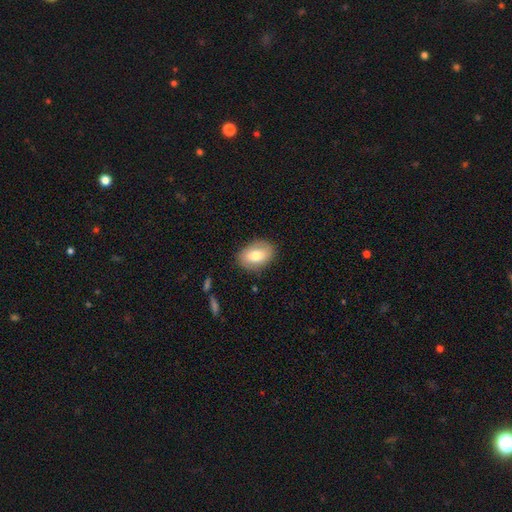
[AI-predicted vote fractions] The model was most divided on "smooth or featured": smooth: 73%, featured or disk: 20%, star or artifact: 7%. More confident: merging — none (84%); how rounded — in between (80%).